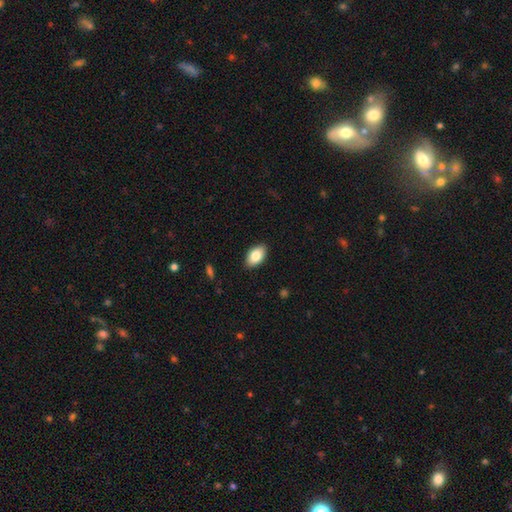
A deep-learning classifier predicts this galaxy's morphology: Smooth or featured?
  - smooth: 85% *
  - featured or disk: 8%
  - star or artifact: 7%
How rounded?
  - in between: 94% *
  - round: 5%
  - cigar-shaped: 2%
Merging?
  - none: 89% *
  - minor disturbance: 8%
  - major disturbance: 2%
  - merger: 1%